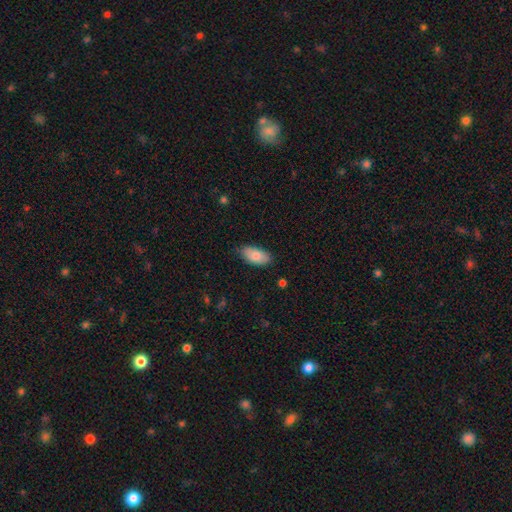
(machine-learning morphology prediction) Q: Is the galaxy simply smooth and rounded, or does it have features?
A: smooth — 82%.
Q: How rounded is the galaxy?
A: in between — 93%.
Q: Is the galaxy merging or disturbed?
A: none — 80%.